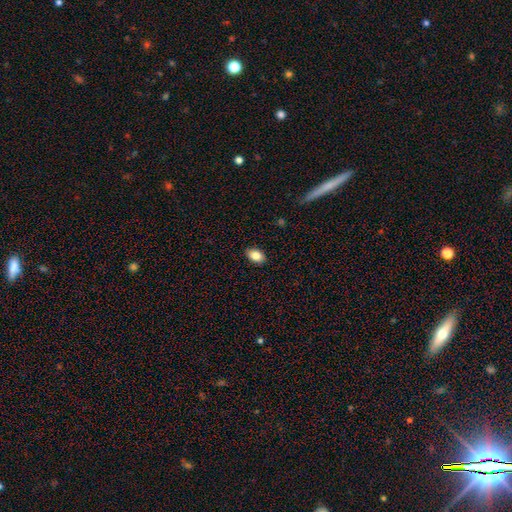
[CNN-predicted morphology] Smooth or featured: smooth — 84% (star or artifact — 8%)
How rounded: in between — 87% (round — 12%)
Merging: none — 89% (minor disturbance — 9%)